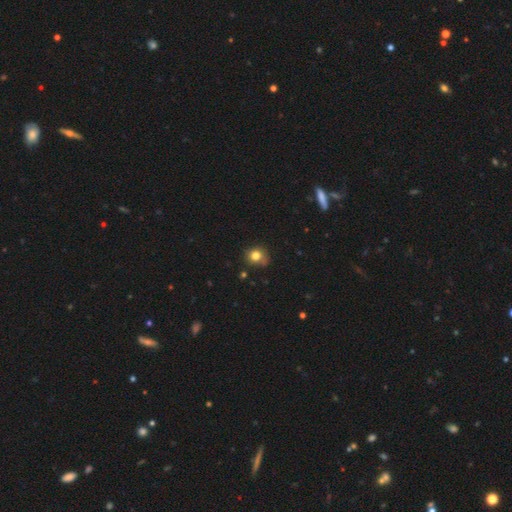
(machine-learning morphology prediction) smooth 79%, star or artifact 12%, featured or disk 9%. Down the decision tree: how rounded — round (79%); merging — none (69%).